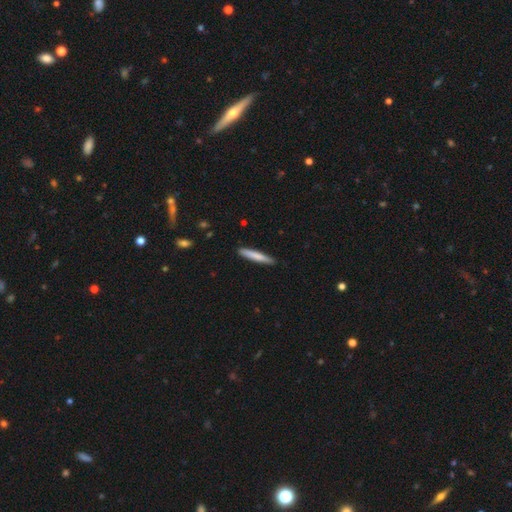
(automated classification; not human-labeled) smooth 77%, featured or disk 18%, star or artifact 5%. Down the decision tree: how rounded — cigar-shaped (94%); merging — none (89%).